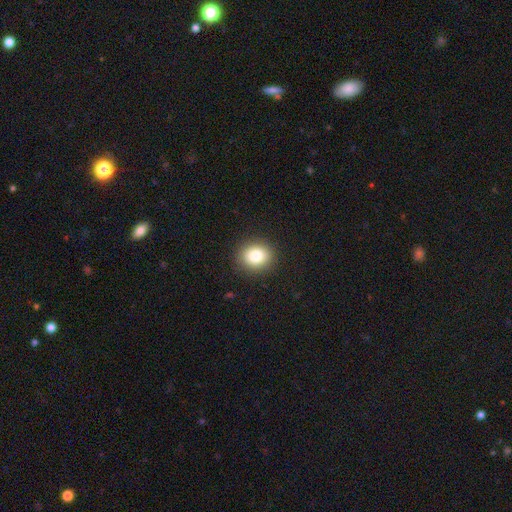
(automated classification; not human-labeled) smooth_or_featured: smooth (p=0.83) [alt: star or artifact p=0.10]
how_rounded: round (p=0.74) [alt: in between p=0.25]
merging: none (p=0.90) [alt: minor disturbance p=0.07]